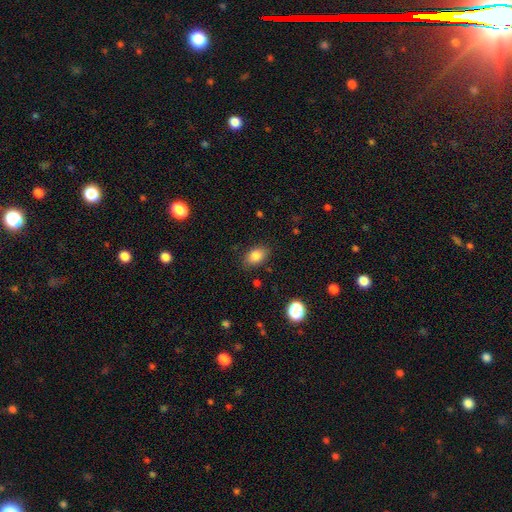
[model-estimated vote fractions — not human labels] smooth_or_featured: smooth (p=0.83) [alt: star or artifact p=0.09]
how_rounded: in between (p=0.82) [alt: round p=0.16]
merging: none (p=0.84) [alt: minor disturbance p=0.12]